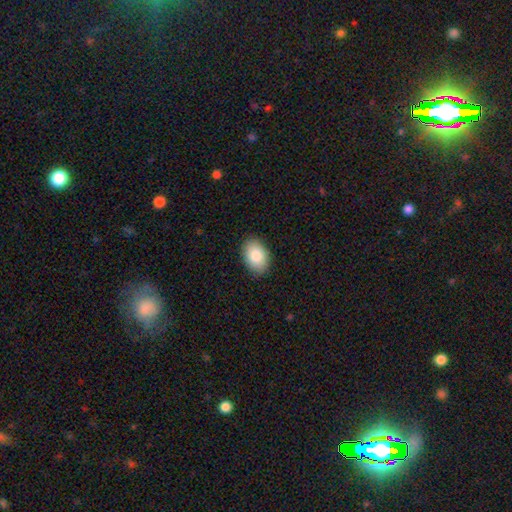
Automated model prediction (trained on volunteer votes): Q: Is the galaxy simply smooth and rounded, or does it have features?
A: smooth — 85%.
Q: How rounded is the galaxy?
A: in between — 87%.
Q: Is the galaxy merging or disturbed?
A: none — 89%.